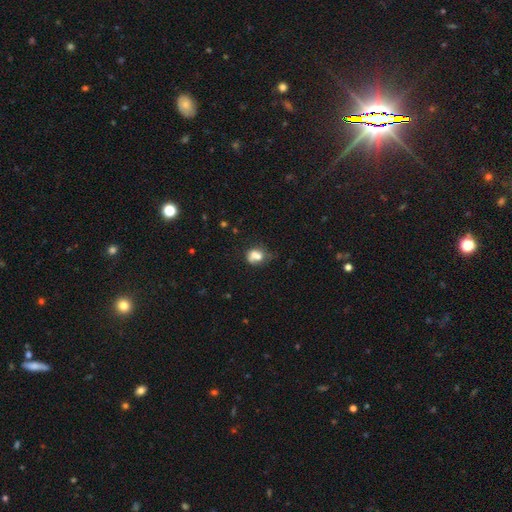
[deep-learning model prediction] smooth 66%, featured or disk 22%, star or artifact 13%. Down the decision tree: how rounded — in between (51%); merging — merger (41%).